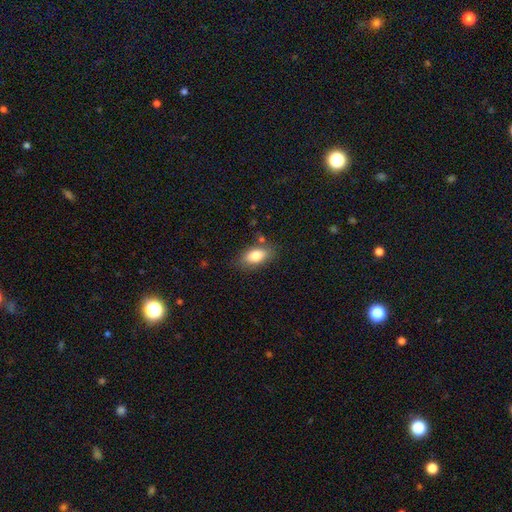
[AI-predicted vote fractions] Q: Smooth or featured?
A: smooth (82%); runner-up: featured or disk (11%)
Q: How rounded?
A: in between (89%); runner-up: cigar-shaped (6%)
Q: Merging?
A: none (79%); runner-up: minor disturbance (14%)